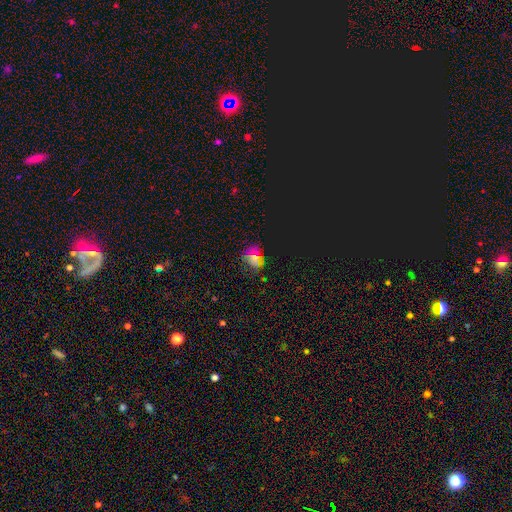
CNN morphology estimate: Overall: smooth (41%; star or artifact 40%). Merging: none (71%).